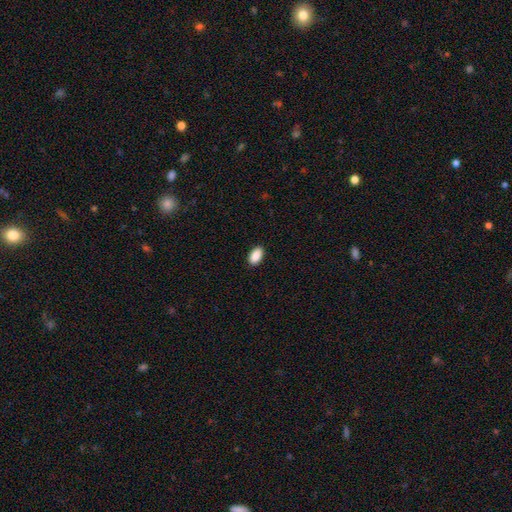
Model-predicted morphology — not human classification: The model was most divided on "merging": none: 90%, minor disturbance: 7%, major disturbance: 2%, merger: 1%. More confident: how rounded — in between (94%); smooth or featured — smooth (90%).